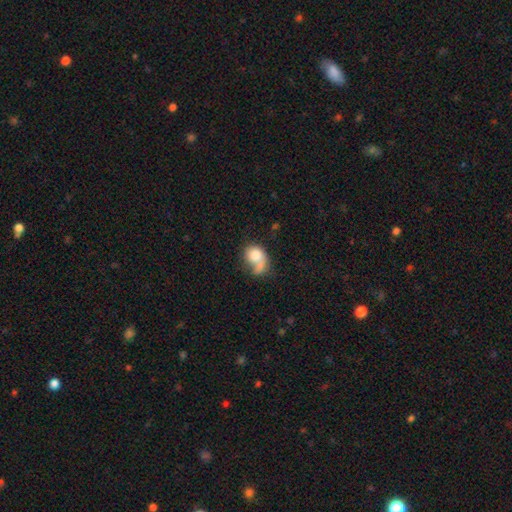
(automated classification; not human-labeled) This is likely a smooth galaxy (73%). How rounded: possibly in between (53%). Merging: marginally merger (30%).